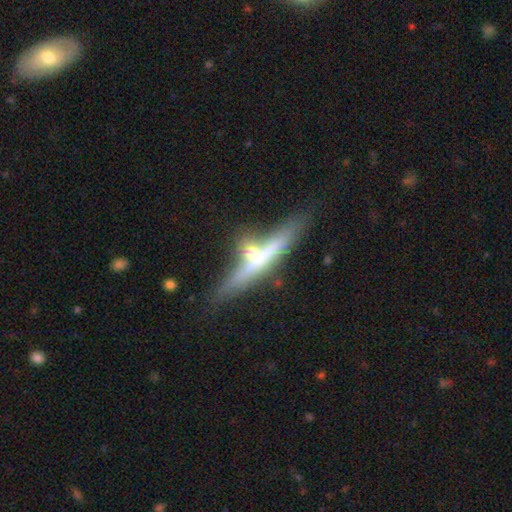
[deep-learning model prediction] Smooth or featured? Predicted: featured or disk (p=0.65). Edge-on disk? Predicted: yes (p=0.89). Edge-on bulge? Predicted: rounded (p=0.82). Merging? Predicted: none (p=0.56).